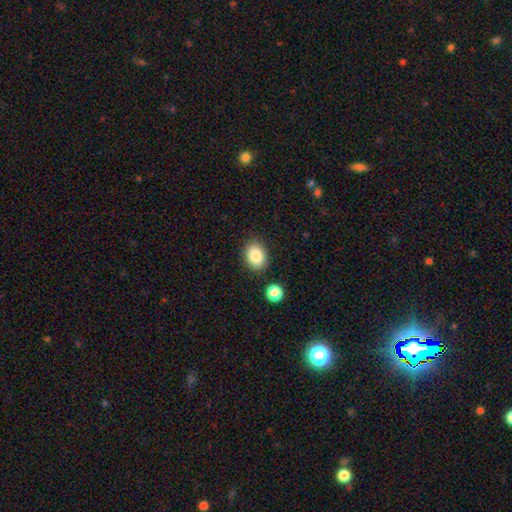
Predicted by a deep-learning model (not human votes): Overall: smooth (86%). How rounded: in between (65%; round 34%). Merging: none (84%).